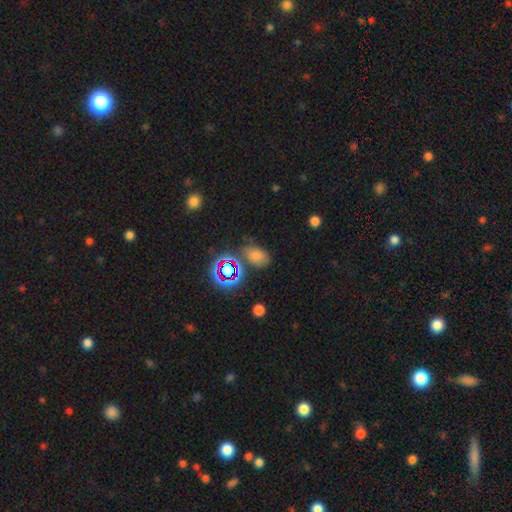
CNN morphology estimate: smooth_or_featured: smooth (p=0.63) [alt: star or artifact p=0.27]
how_rounded: in between (p=0.80) [alt: round p=0.18]
merging: none (p=0.64) [alt: minor disturbance p=0.21]